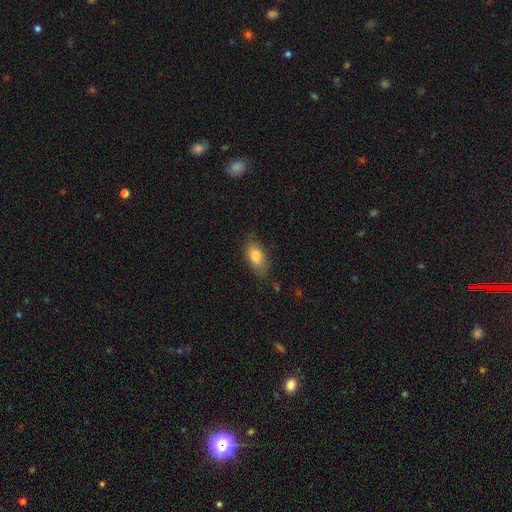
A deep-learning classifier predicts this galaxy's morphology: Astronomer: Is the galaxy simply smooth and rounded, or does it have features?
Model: smooth — 78%.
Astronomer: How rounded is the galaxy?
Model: in between — 88%.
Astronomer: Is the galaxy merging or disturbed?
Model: none — 73%.